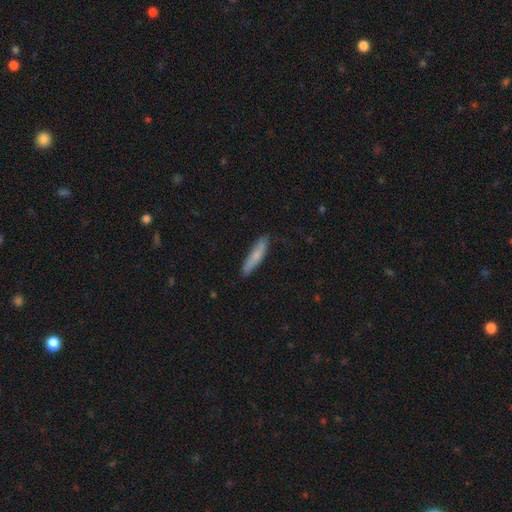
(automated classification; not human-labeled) This appears to be a smooth galaxy with no disk features (73%) that is cigar-shaped (85%). Merging: none (84%).